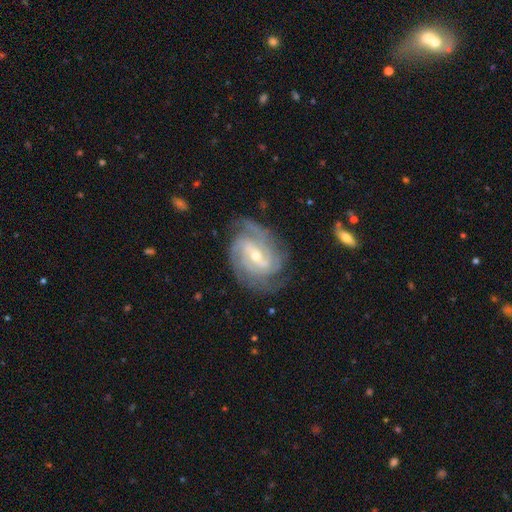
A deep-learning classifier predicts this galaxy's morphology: Q: Smooth or featured?
A: featured or disk (90%); runner-up: smooth (6%)
Q: Edge-on disk?
A: no (97%); runner-up: yes (3%)
Q: Bar?
A: weak (49%); runner-up: strong (32%)
Q: Spiral arms?
A: yes (97%); runner-up: no (3%)
Q: Spiral winding?
A: tight (58%); runner-up: medium (35%)
Q: Spiral arm count?
A: 3 (33%); runner-up: 2 (25%)
Q: Bulge size?
A: small (48%); tied with: moderate (48%)
Q: Merging?
A: none (75%); runner-up: minor disturbance (17%)